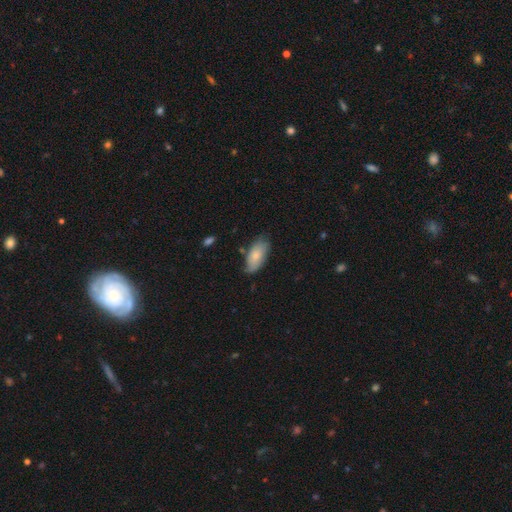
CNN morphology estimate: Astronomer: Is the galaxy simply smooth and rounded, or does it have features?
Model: smooth — 74%.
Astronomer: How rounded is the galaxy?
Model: in between — 92%.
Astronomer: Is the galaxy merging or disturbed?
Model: none — 66%.